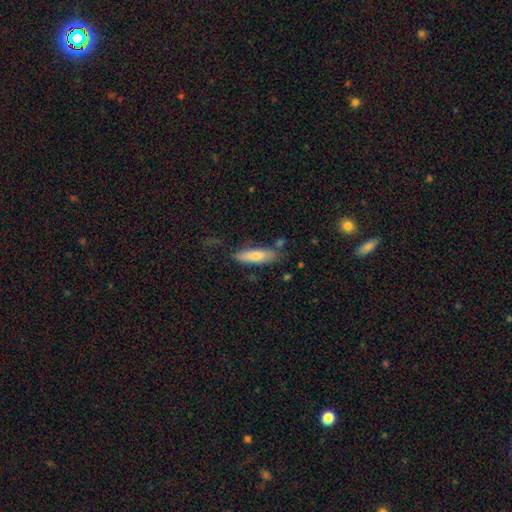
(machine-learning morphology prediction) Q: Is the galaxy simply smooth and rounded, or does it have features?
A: smooth — 67%.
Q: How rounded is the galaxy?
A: cigar-shaped — 67%.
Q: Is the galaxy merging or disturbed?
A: none — 72%.